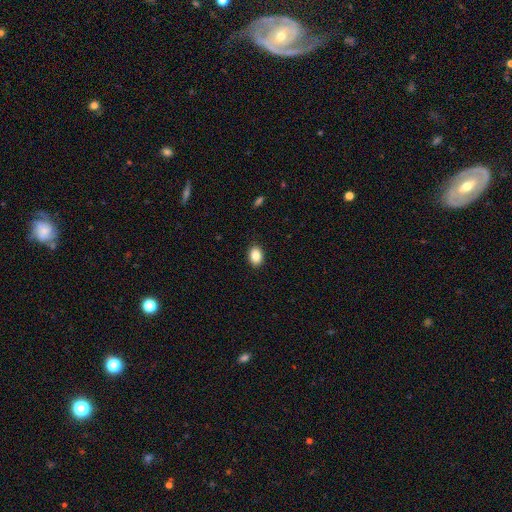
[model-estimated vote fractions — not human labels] The model was most divided on "how rounded": in between: 74%, round: 25%, cigar-shaped: 1%. More confident: merging — none (90%); smooth or featured — smooth (87%).